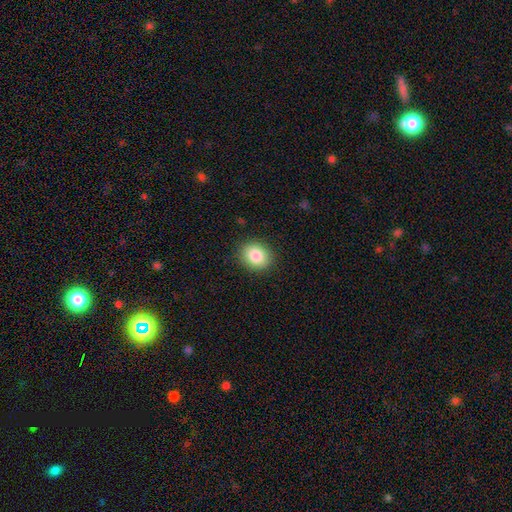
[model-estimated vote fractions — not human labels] Overall: smooth (86%). How rounded: round (60%; in between 39%). Merging: none (89%).